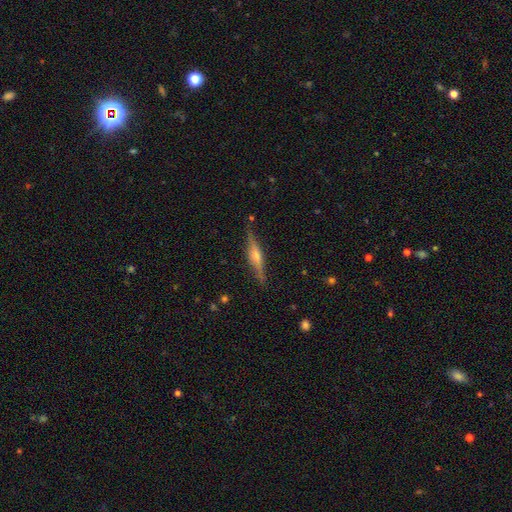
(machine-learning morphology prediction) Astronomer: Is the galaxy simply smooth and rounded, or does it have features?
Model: featured or disk — 76%.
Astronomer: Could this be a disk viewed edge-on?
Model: yes — 97%.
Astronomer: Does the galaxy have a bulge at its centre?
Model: rounded — 83%.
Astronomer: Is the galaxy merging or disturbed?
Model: none — 87%.